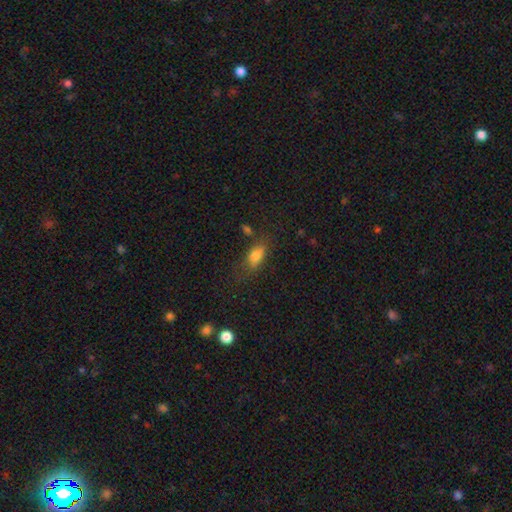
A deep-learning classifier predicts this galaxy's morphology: smooth-or-featured: smooth: 77% | featured or disk: 13% | star or artifact: 11%
  how-rounded: in between: 80% | cigar-shaped: 10% | round: 10%
  merging: none: 62% | minor disturbance: 22% | major disturbance: 10% | merger: 6%